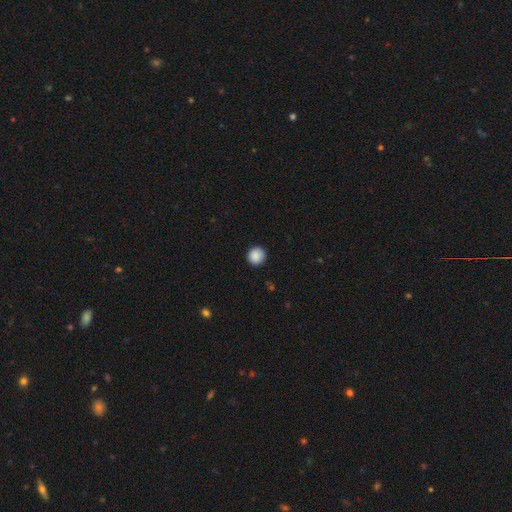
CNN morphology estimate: This appears to be a smooth galaxy with no disk features (89%) that is round (94%). Merging: none (91%).